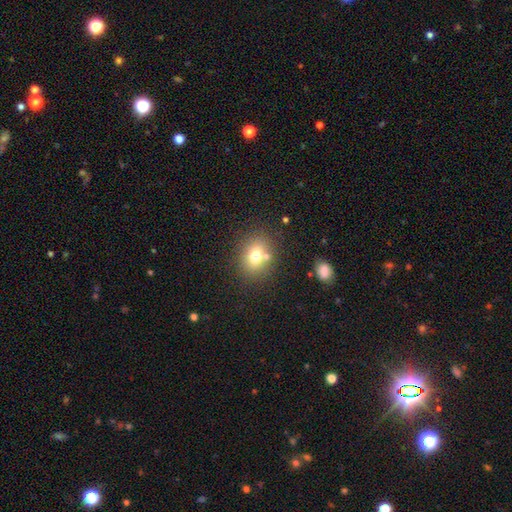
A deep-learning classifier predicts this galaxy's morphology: smooth-or-featured: smooth: 73% | featured or disk: 15% | star or artifact: 12%
  how-rounded: in between: 55% | round: 44% | cigar-shaped: 1%
  merging: none: 70% | merger: 13% | minor disturbance: 12% | major disturbance: 4%